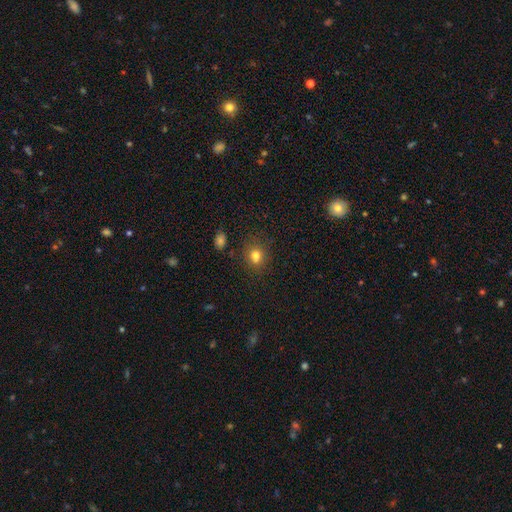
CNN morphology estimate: smooth-or-featured: smooth: 77% | star or artifact: 14% | featured or disk: 9%
  how-rounded: round: 66% | in between: 33% | cigar-shaped: 1%
  merging: none: 68% | minor disturbance: 14% | merger: 14% | major disturbance: 4%